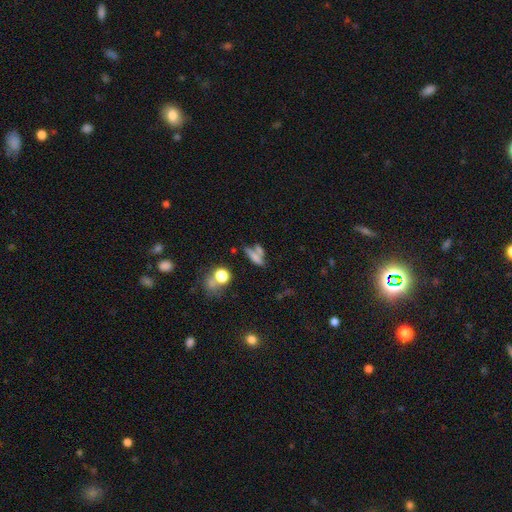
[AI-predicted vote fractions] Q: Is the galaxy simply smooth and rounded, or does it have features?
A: smooth — 63%.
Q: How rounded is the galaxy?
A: cigar-shaped — 46%.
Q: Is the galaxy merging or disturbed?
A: merger — 40%.